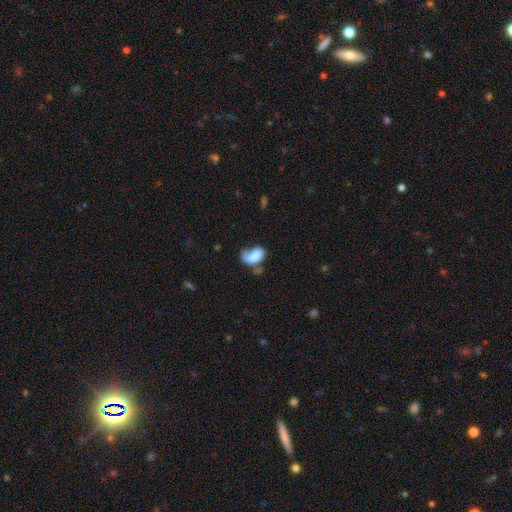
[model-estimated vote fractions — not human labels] smooth-or-featured: smooth: 70% | featured or disk: 21% | star or artifact: 9%
  how-rounded: in between: 88% | round: 9% | cigar-shaped: 2%
  merging: major disturbance: 31% | none: 25% | minor disturbance: 22% | merger: 22%